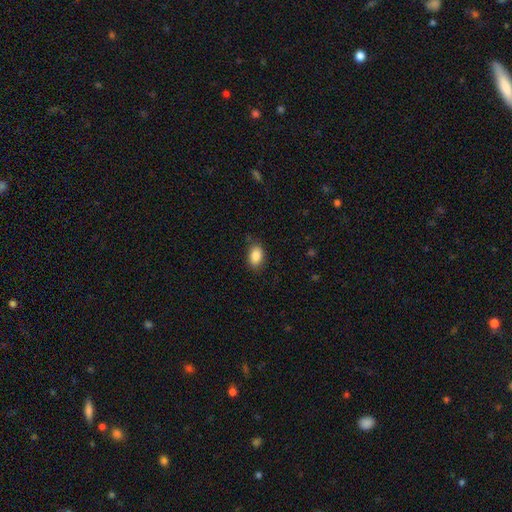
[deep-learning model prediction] A smooth galaxy with no disk features (88%) that is in between round and cigar-shaped (90%). Merging: none (82%).